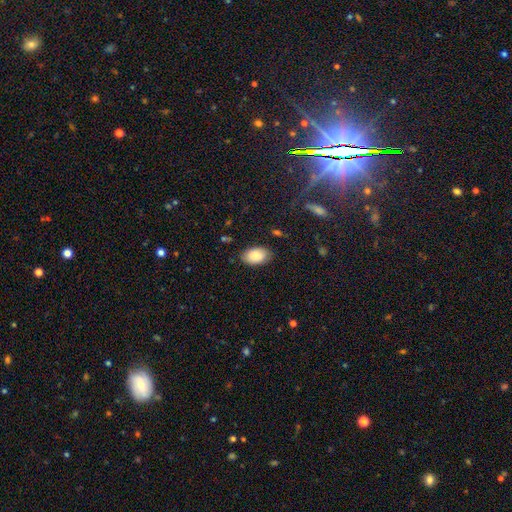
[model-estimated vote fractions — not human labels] Smooth or featured? Predicted: smooth (p=0.86). How rounded? Predicted: in between (p=0.93). Merging? Predicted: none (p=0.83).